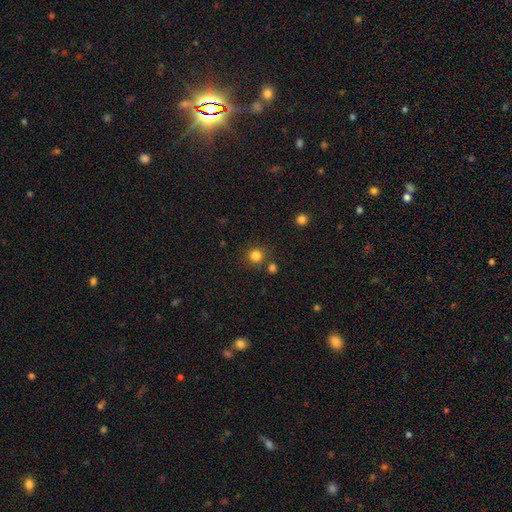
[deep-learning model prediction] Smooth or featured: smooth — 82% (star or artifact — 14%)
How rounded: round — 92% (in between — 7%)
Merging: none — 79% (merger — 10%)